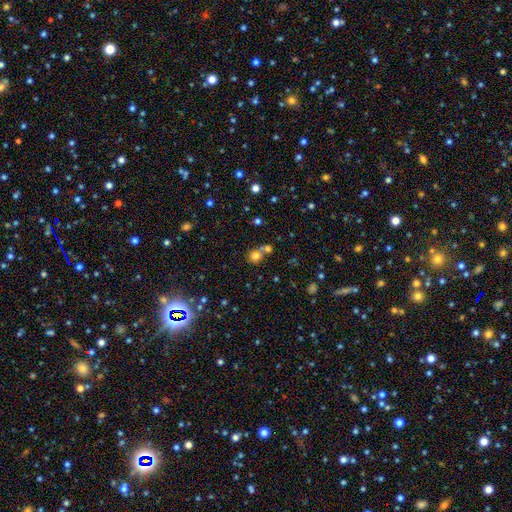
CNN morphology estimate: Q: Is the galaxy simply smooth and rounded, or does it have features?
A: smooth — 76%.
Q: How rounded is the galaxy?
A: round — 85%.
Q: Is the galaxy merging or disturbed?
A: none — 48%.